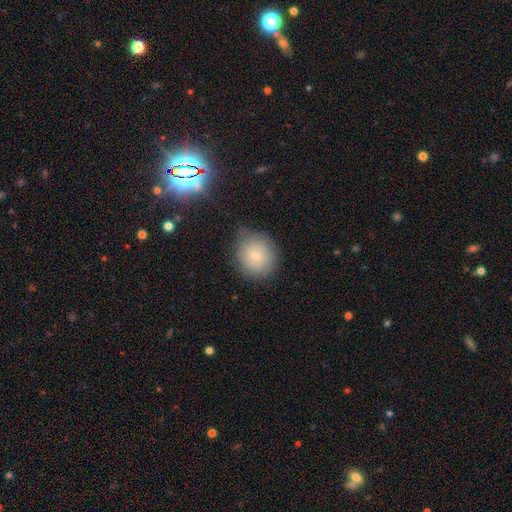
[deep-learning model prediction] This appears to be a smooth galaxy with no disk features (70%) that is round (80%). Merging: none (74%).